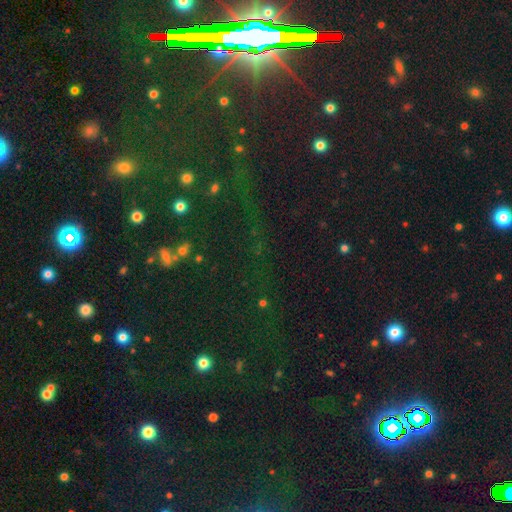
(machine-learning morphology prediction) Q: Smooth or featured?
A: star or artifact (78%); runner-up: smooth (14%)